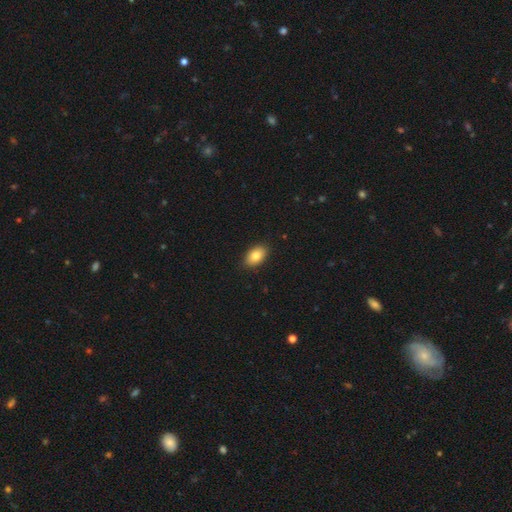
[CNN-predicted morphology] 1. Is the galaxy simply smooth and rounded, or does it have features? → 83% smooth, 9% featured or disk, 8% star or artifact.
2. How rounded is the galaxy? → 90% in between, 9% round, 1% cigar-shaped.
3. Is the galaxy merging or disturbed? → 89% none, 8% minor disturbance, 2% major disturbance, 1% merger.